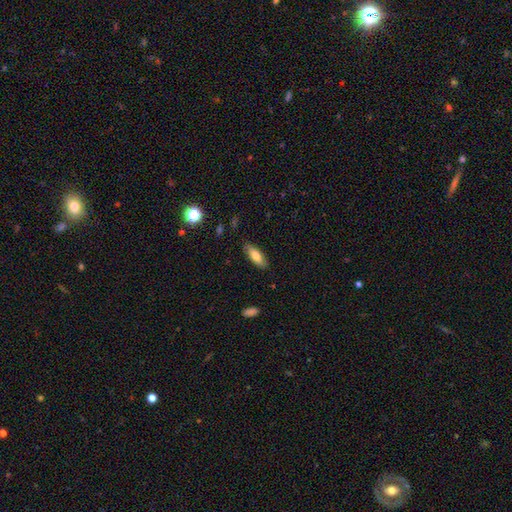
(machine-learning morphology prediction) type=smooth (73%); roundness=in between (65%); merging=none (85%).